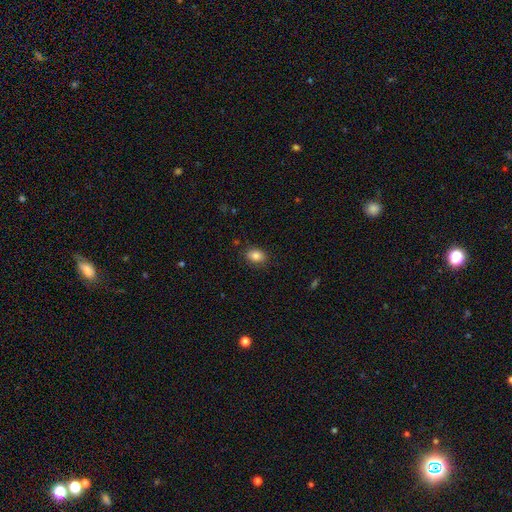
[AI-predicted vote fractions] The model was most divided on "how rounded": in between: 73%, round: 26%, cigar-shaped: 1%. More confident: smooth or featured — smooth (85%); merging — none (84%).